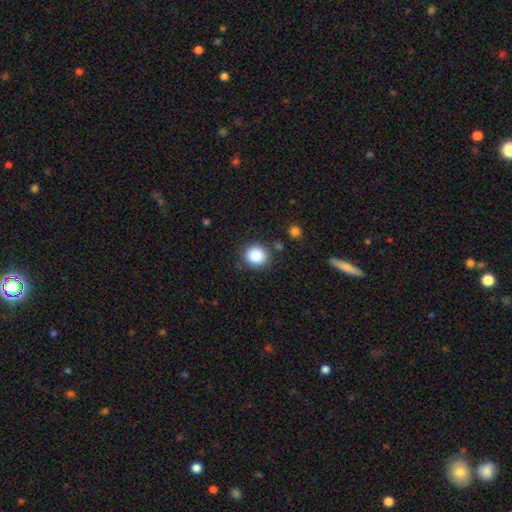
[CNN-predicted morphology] Smooth or featured? Predicted: smooth (p=0.86). How rounded? Predicted: round (p=0.83). Merging? Predicted: none (p=0.84).